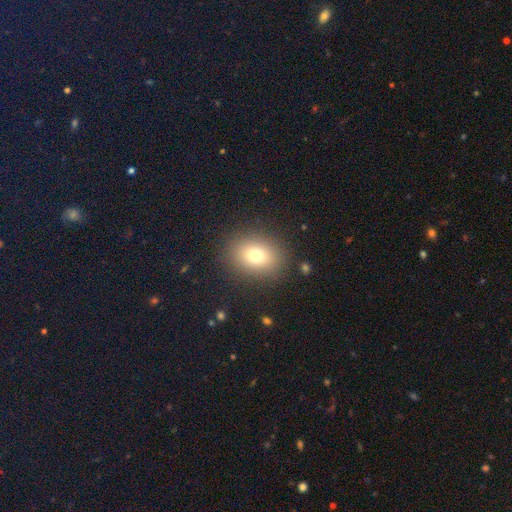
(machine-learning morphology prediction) Smooth or featured: smooth — 75% (star or artifact — 13%)
How rounded: in between — 51% (round — 48%)
Merging: none — 87% (minor disturbance — 8%)